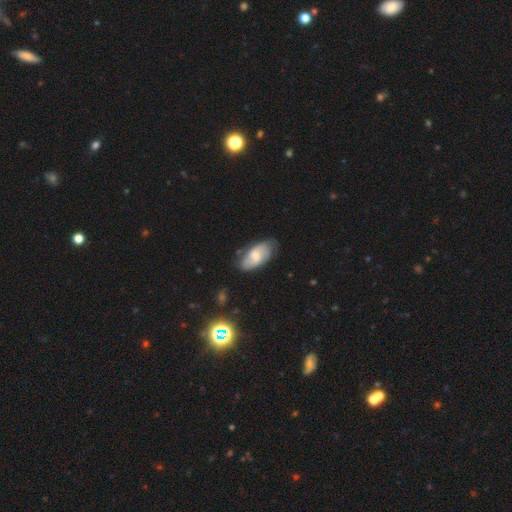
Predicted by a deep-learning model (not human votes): smooth-or-featured: smooth: 52% | featured or disk: 41% | star or artifact: 7%
  how-rounded: in between: 93% | cigar-shaped: 4% | round: 3%
  merging: none: 65% | minor disturbance: 26% | major disturbance: 6% | merger: 2%